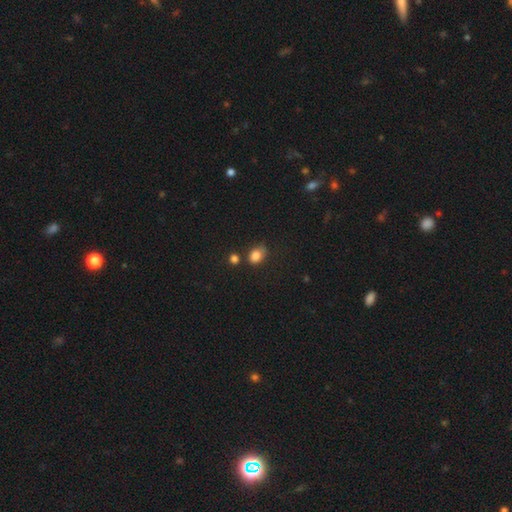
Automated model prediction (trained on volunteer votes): Smooth or featured: smooth — 83% (star or artifact — 10%)
How rounded: in between — 64% (round — 35%)
Merging: none — 55% (minor disturbance — 27%)